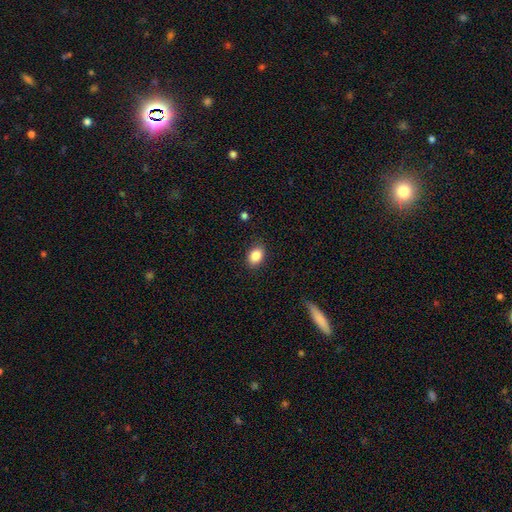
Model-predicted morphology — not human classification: A smooth galaxy with no disk features (86%) that is in between round and cigar-shaped (77%).

Vote fractions:
- Smooth or featured? smooth: 86% / star or artifact: 8% / featured or disk: 5%
- How rounded? in between: 77% / round: 21% / cigar-shaped: 1%
- Merging? none: 87% / minor disturbance: 9% / major disturbance: 2% / merger: 1%